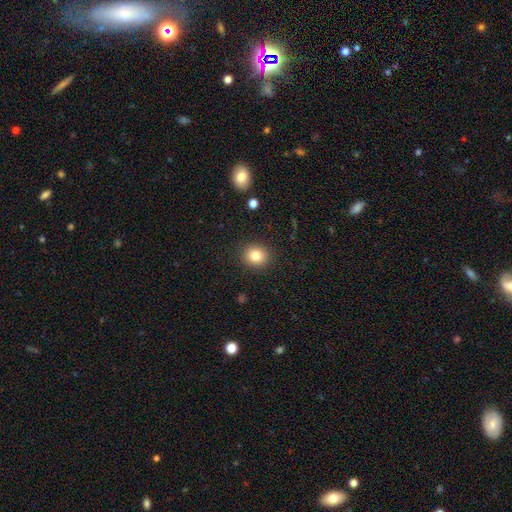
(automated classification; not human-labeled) Smooth or featured?
  - smooth: 82% *
  - star or artifact: 11%
  - featured or disk: 7%
How rounded?
  - round: 82% *
  - in between: 18%
  - cigar-shaped: 1%
Merging?
  - none: 90% *
  - minor disturbance: 7%
  - major disturbance: 2%
  - merger: 1%